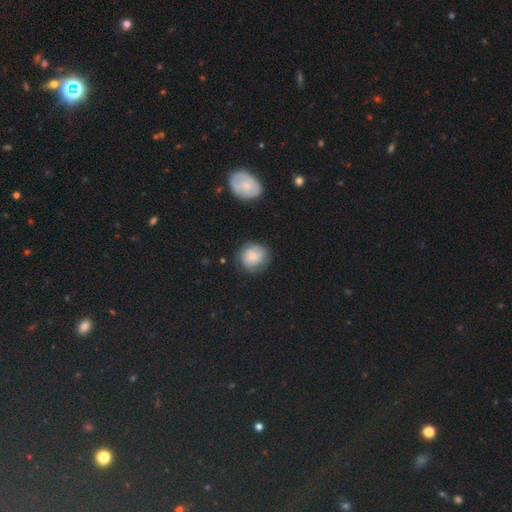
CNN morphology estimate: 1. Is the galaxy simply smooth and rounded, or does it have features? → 65% smooth, 25% featured or disk, 11% star or artifact.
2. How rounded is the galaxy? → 83% round, 16% in between, 1% cigar-shaped.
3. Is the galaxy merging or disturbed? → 74% none, 18% minor disturbance, 5% major disturbance, 2% merger.